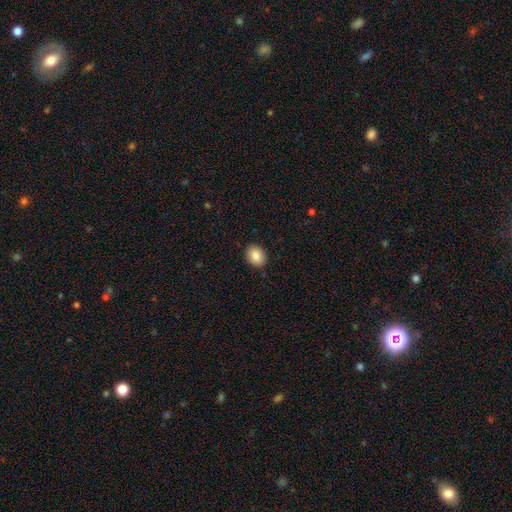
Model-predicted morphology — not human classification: A smooth galaxy with no disk features (86%) that is in between round and cigar-shaped (58%). Merging: none (90%).